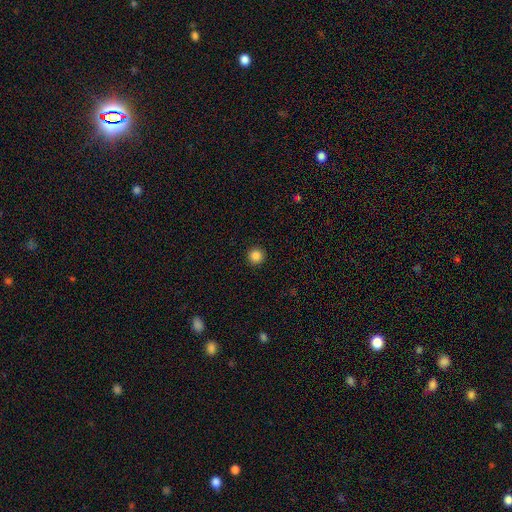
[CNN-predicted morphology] The model was most divided on "smooth or featured": smooth: 86%, star or artifact: 11%, featured or disk: 3%. More confident: how rounded — round (96%); merging — none (93%).